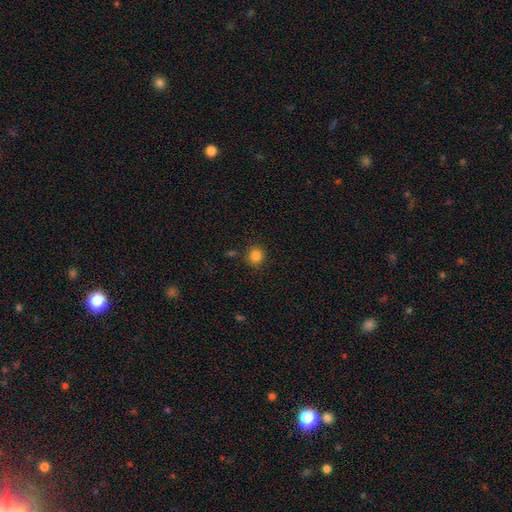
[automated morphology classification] A smooth galaxy with no disk features (84%) that is round (88%). Merging: none (85%).